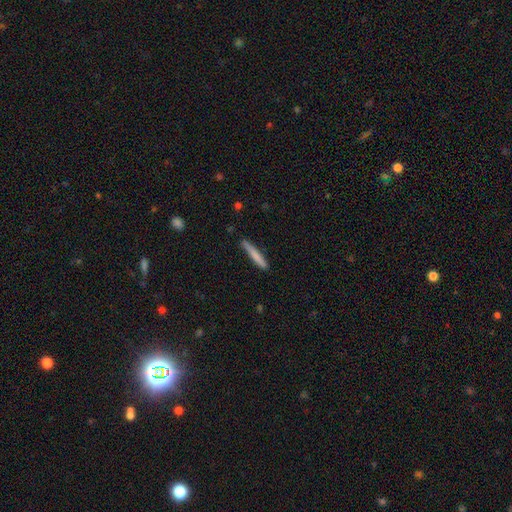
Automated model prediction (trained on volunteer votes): Morphology: type=smooth (76%); roundness=cigar-shaped (95%); merging=none (84%).